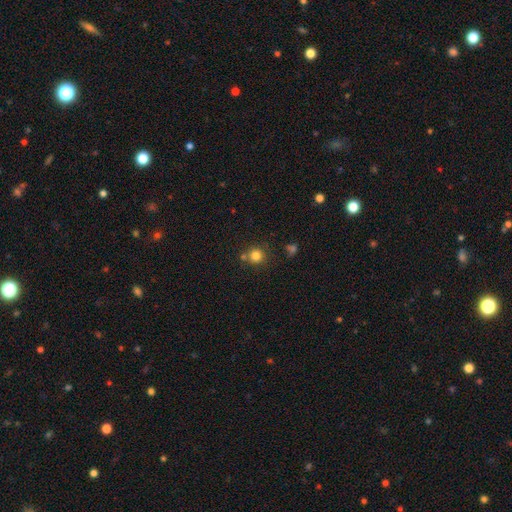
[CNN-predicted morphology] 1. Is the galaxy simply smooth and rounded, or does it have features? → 80% smooth, 13% star or artifact, 7% featured or disk.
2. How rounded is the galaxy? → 91% round, 8% in between, 1% cigar-shaped.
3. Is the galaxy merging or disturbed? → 70% none, 15% merger, 11% minor disturbance, 4% major disturbance.